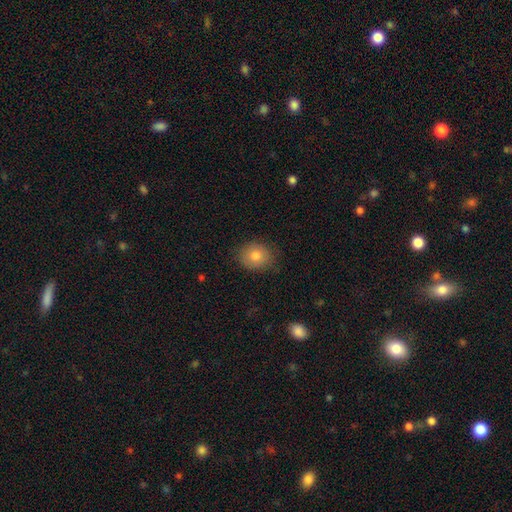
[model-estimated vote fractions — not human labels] Q: Smooth or featured?
A: smooth (80%); runner-up: featured or disk (11%)
Q: How rounded?
A: round (66%); runner-up: in between (33%)
Q: Merging?
A: none (83%); runner-up: minor disturbance (13%)